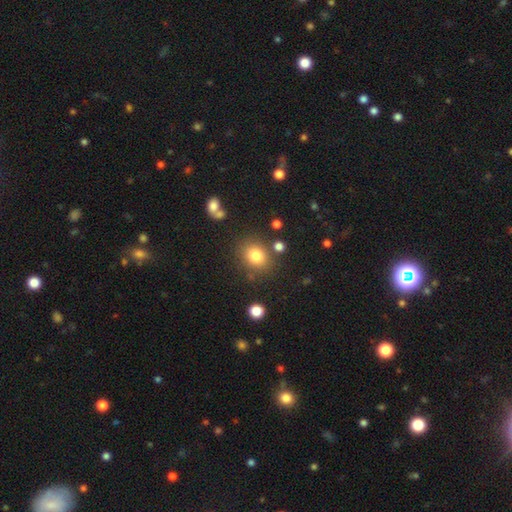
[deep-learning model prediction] smooth 80%, star or artifact 12%, featured or disk 8%. Down the decision tree: how rounded — round (68%); merging — none (79%).